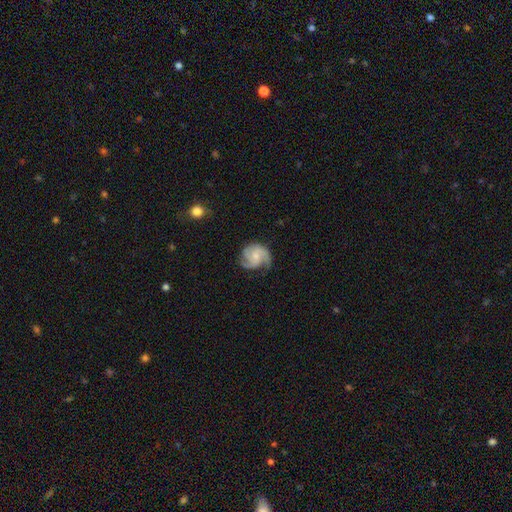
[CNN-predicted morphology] Smooth or featured?
  - featured or disk: 84% *
  - smooth: 10%
  - star or artifact: 6%
Edge-on disk?
  - no: 98% *
  - yes: 2%
Bar?
  - no: 67% *
  - weak: 28%
  - strong: 5%
Spiral arms?
  - yes: 98% *
  - no: 2%
Spiral winding?
  - medium: 50% *
  - tight: 36%
  - loose: 14%
Spiral arm count?
  - 3: 68% *
  - 2: 13%
  - 4: 7%
  - can't tell: 6%
  - 1: 3%
  - more than 4: 3%
Bulge size?
  - small: 56% *
  - moderate: 32%
  - none: 9%
  - large: 2%
  - dominant: 1%
Merging?
  - none: 70% *
  - minor disturbance: 20%
  - major disturbance: 8%
  - merger: 1%